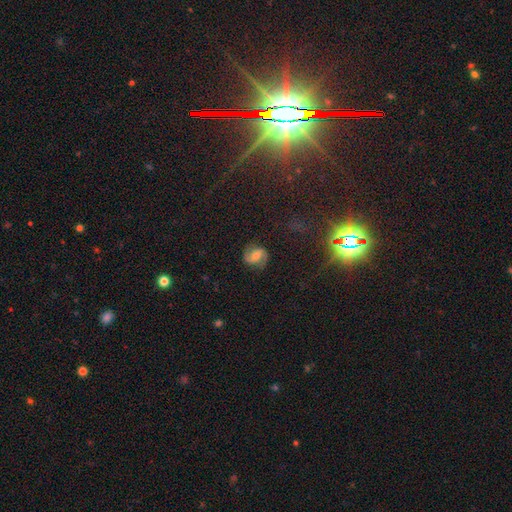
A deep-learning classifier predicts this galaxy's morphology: Q: Smooth or featured?
A: featured or disk (69%); runner-up: smooth (20%)
Q: Edge-on disk?
A: no (98%); runner-up: yes (2%)
Q: Bar?
A: weak (44%); runner-up: no (33%)
Q: Spiral arms?
A: yes (94%); runner-up: no (6%)
Q: Spiral winding?
A: medium (50%); runner-up: loose (25%)
Q: Spiral arm count?
A: 2 (91%); runner-up: can't tell (4%)
Q: Bulge size?
A: moderate (50%); runner-up: small (38%)
Q: Merging?
A: none (79%); runner-up: minor disturbance (14%)